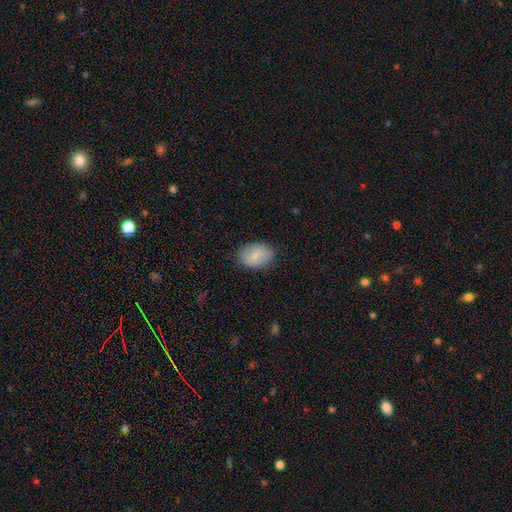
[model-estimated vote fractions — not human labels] smooth 80%, featured or disk 13%, star or artifact 7%. Down the decision tree: how rounded — in between (81%); merging — none (83%).